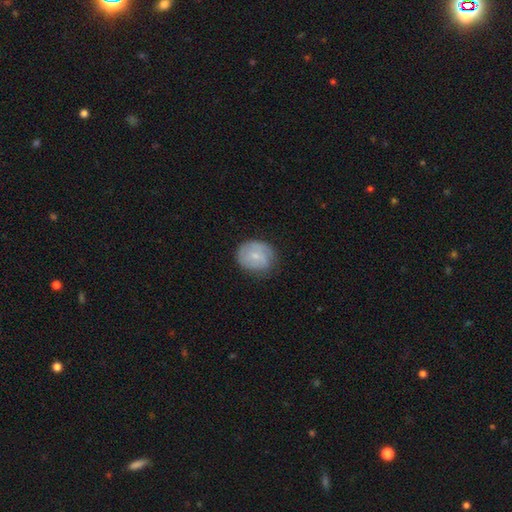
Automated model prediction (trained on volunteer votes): smooth-or-featured: smooth: 56% | featured or disk: 37% | star or artifact: 7%
  how-rounded: round: 68% | in between: 31% | cigar-shaped: 1%
  merging: none: 69% | minor disturbance: 23% | major disturbance: 6% | merger: 1%